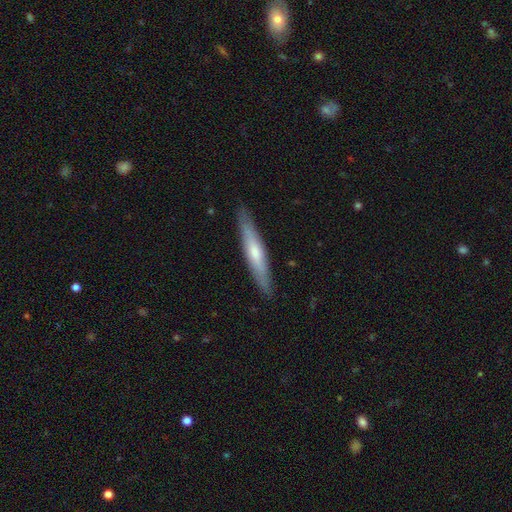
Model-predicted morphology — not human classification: Smooth or featured? featured or disk (49%)
Merging? none (89%)